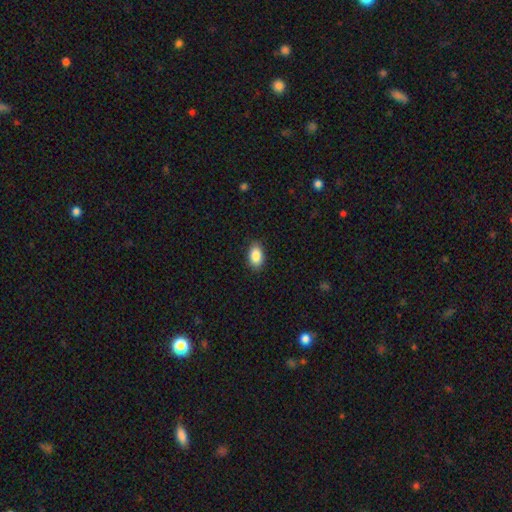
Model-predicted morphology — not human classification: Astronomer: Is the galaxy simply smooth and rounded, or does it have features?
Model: smooth — 88%.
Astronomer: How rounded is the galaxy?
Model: in between — 91%.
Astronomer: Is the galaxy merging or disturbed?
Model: none — 88%.